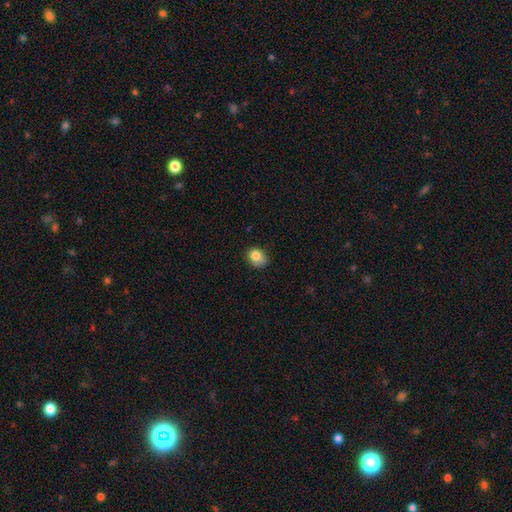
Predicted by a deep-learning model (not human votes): This appears to be a smooth galaxy with no disk features (80%) that is round (50%). Merging: none (54%).